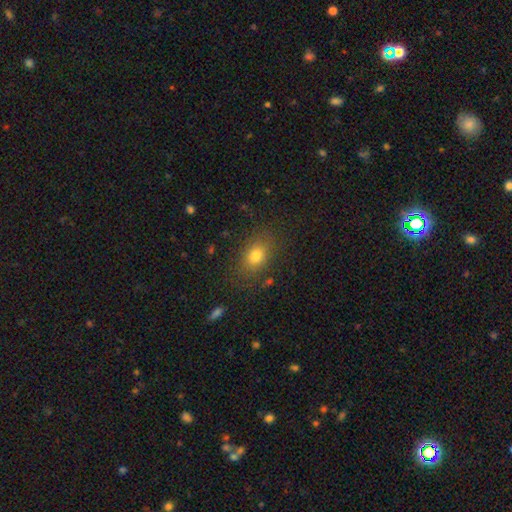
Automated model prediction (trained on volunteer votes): Smooth or featured? Predicted: smooth (p=0.78). How rounded? Predicted: in between (p=0.74). Merging? Predicted: none (p=0.79).